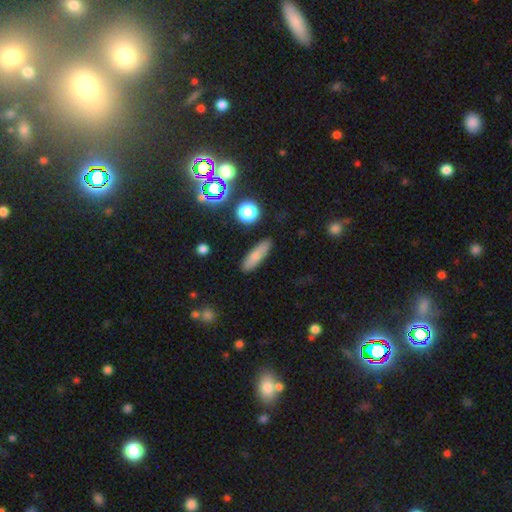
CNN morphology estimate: Smooth or featured: smooth — 77% (featured or disk — 14%)
How rounded: cigar-shaped — 58% (in between — 38%)
Merging: none — 85% (minor disturbance — 10%)